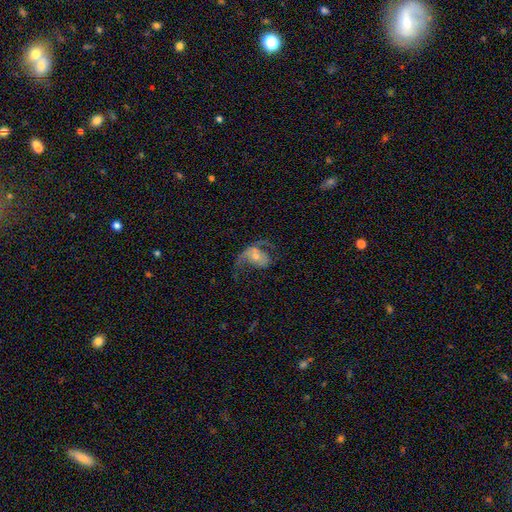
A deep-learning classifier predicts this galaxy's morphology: smooth_or_featured: featured or disk (p=0.67) [alt: smooth p=0.24]
disk_edge_on: no (p=0.96) [alt: yes p=0.04]
bar: no (p=0.61) [alt: weak p=0.28]
has_spiral_arms: yes (p=0.78) [alt: no p=0.22]
spiral_winding: loose (p=0.60) [alt: medium p=0.31]
spiral_arm_count: 2 (p=0.73) [alt: 1 p=0.16]
bulge_size: moderate (p=0.46) [alt: small p=0.44]
merging: none (p=0.38) [tied with: major disturbance p=0.38]